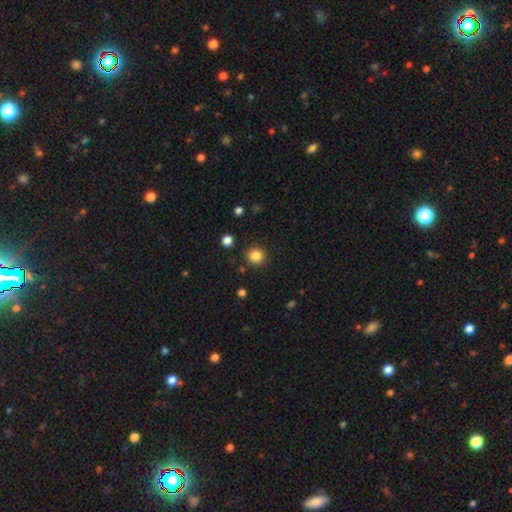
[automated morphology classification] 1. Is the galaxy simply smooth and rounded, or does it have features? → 85% smooth, 11% star or artifact, 4% featured or disk.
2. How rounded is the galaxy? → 94% round, 5% in between, 1% cigar-shaped.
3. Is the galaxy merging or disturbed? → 90% none, 6% minor disturbance, 2% major disturbance, 2% merger.